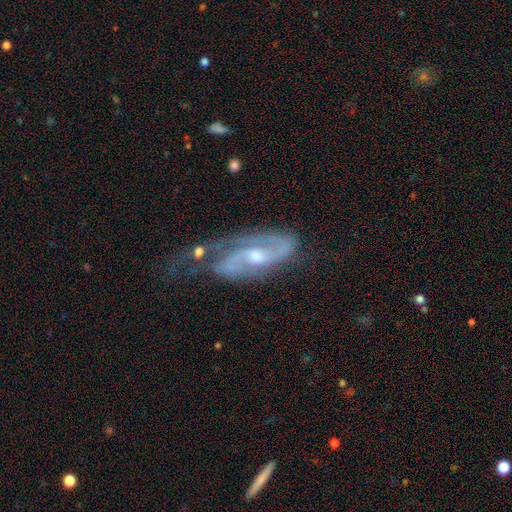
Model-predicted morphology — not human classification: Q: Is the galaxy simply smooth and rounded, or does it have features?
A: featured or disk — 88%.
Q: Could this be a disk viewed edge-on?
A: no — 94%.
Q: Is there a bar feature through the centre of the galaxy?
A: no — 44%.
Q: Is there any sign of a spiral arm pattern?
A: yes — 97%.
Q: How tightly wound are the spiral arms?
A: medium — 49%.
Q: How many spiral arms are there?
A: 2 — 85%.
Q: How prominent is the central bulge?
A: moderate — 56%.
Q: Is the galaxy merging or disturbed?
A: none — 47%.